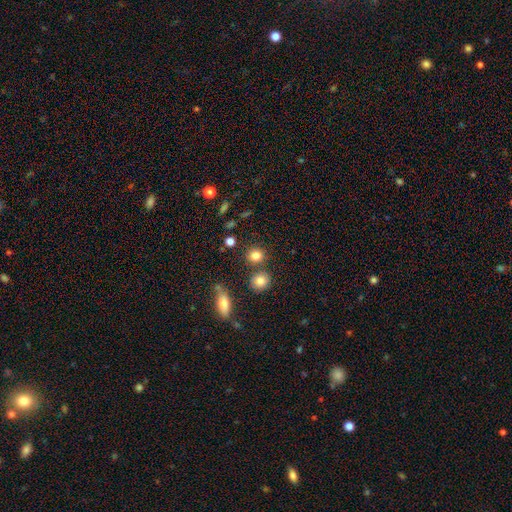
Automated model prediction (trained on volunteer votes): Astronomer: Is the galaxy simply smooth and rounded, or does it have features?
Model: smooth — 82%.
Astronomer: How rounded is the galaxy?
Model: round — 83%.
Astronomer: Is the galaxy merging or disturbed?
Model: none — 74%.